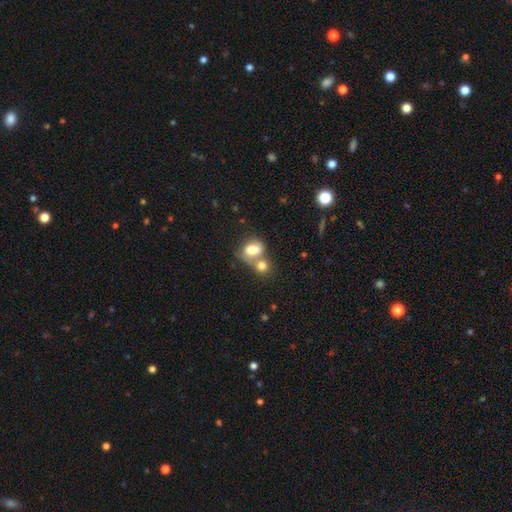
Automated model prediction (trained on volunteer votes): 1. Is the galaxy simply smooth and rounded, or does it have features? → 68% smooth, 17% featured or disk, 15% star or artifact.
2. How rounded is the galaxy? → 58% in between, 39% round, 3% cigar-shaped.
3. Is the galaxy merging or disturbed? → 51% merger, 35% none, 9% minor disturbance, 5% major disturbance.